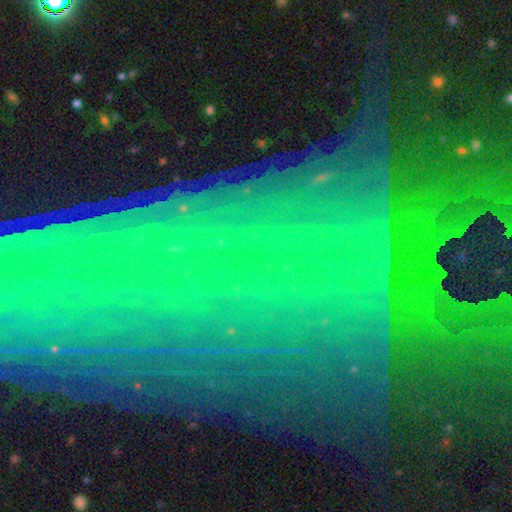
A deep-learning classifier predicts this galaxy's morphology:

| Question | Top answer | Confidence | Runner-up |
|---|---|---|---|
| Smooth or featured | star or artifact | 73% | featured or disk (16%) |